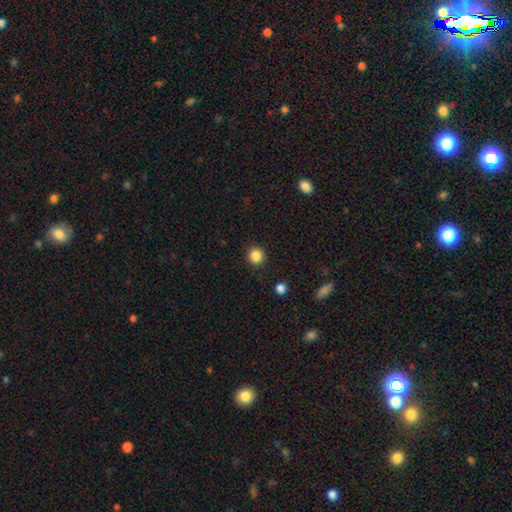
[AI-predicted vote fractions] Overall: smooth (86%). How rounded: round (93%). Merging: none (92%).